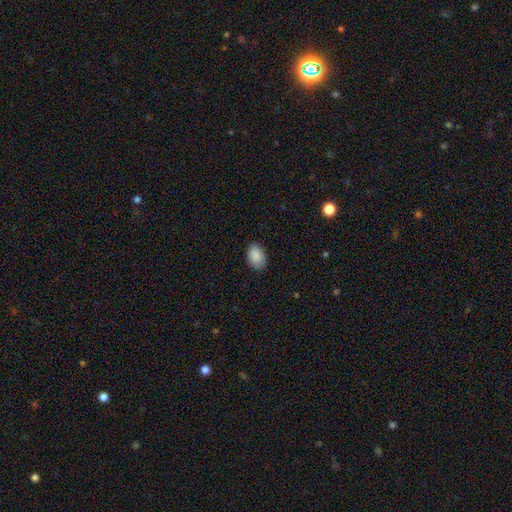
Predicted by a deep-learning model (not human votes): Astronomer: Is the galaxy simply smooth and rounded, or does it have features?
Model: smooth — 90%.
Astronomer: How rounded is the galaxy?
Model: in between — 88%.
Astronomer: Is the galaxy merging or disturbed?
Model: none — 86%.